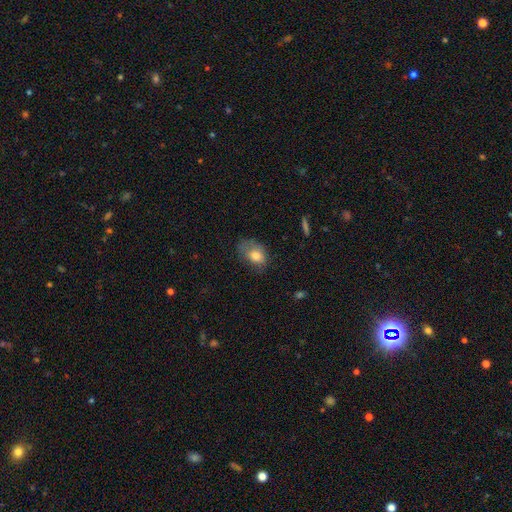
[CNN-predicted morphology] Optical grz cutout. It shows a smooth galaxy with no disk features (76%) that is in between round and cigar-shaped (78%). Merging: none (40%).